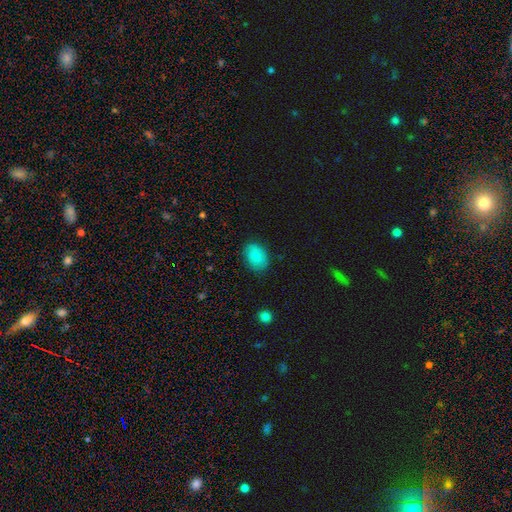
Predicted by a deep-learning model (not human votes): This appears to be a smooth galaxy with no disk features (86%) that is in between round and cigar-shaped (80%). Merging: none (84%).